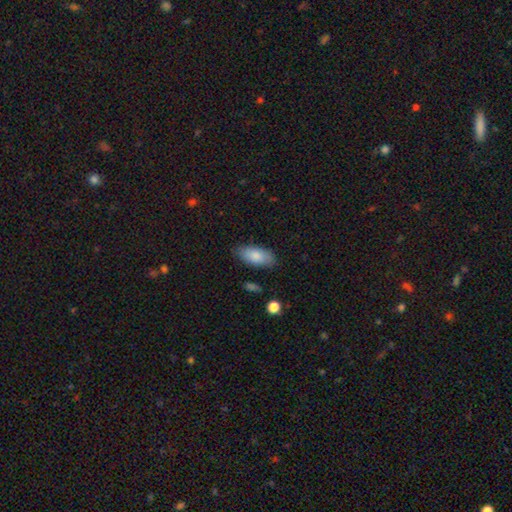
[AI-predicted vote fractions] The model was most divided on "merging": none: 80%, minor disturbance: 15%, major disturbance: 3%, merger: 2%. More confident: how rounded — in between (91%); smooth or featured — smooth (84%).